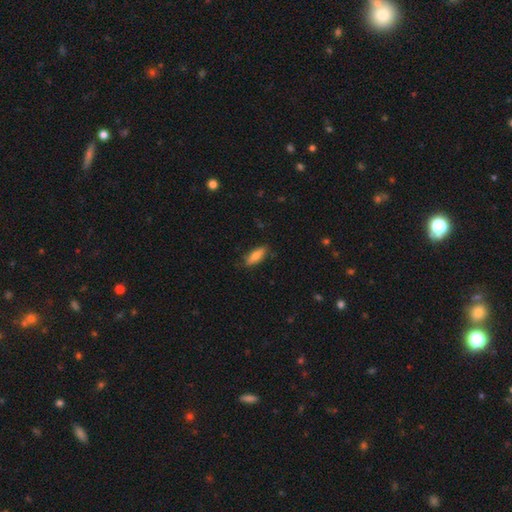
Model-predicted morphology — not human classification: Smooth or featured? Predicted: smooth (p=0.77). How rounded? Predicted: in between (p=0.67). Merging? Predicted: none (p=0.80).